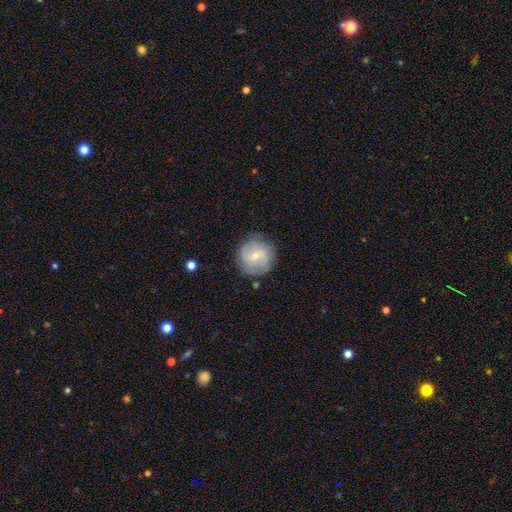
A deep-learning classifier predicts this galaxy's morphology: smooth-or-featured: featured or disk: 56% | smooth: 37% | star or artifact: 7%
  disk-edge-on: no: 97% | yes: 3%
    bar: weak: 52% | no: 34% | strong: 15%
    has-spiral-arms: yes: 78% | no: 22%
    bulge-size: small: 62% | moderate: 35% | none: 2% | large: 1% | dominant: 1%
  merging: none: 81% | minor disturbance: 13% | major disturbance: 4% | merger: 2%